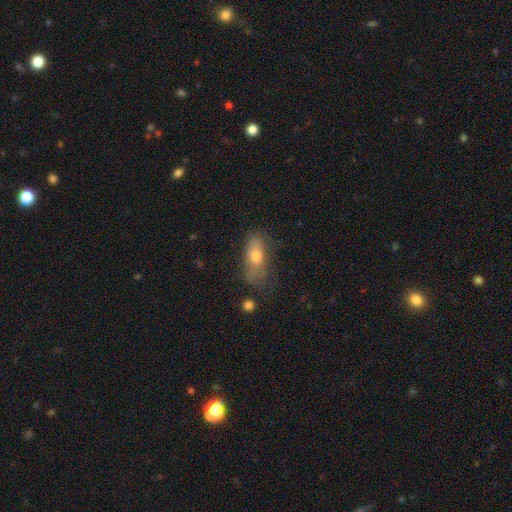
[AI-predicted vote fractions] smooth_or_featured: smooth (p=0.70) [alt: featured or disk p=0.22]
how_rounded: in between (p=0.80) [alt: cigar-shaped p=0.15]
merging: none (p=0.53) [alt: minor disturbance p=0.28]